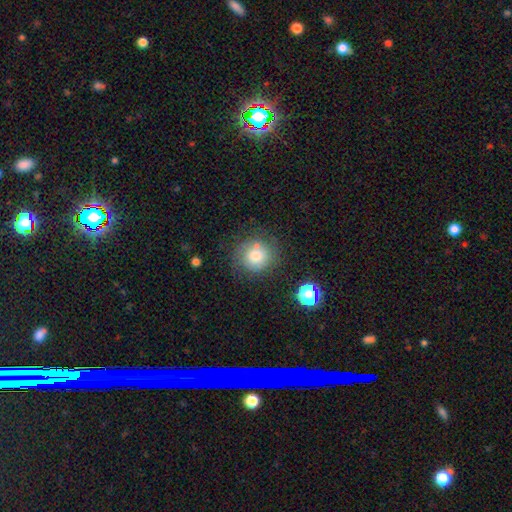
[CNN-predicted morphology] Overall: smooth (71%). How rounded: round (90%). Merging: none (70%).